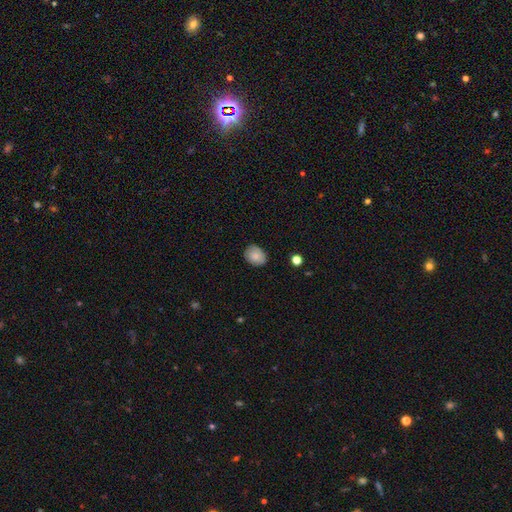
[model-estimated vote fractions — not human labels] Smooth or featured? smooth (83%)
How rounded? in between (53%)
Merging? none (81%)